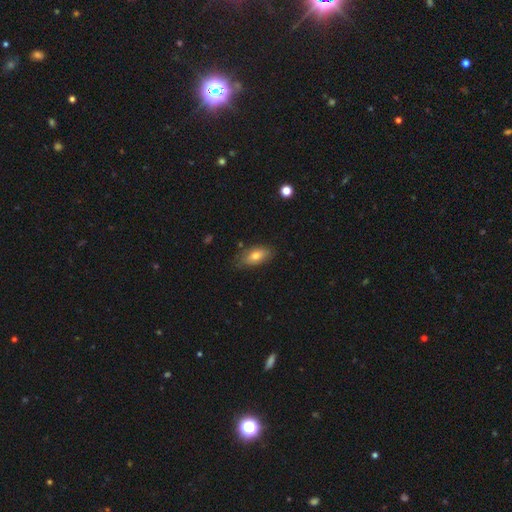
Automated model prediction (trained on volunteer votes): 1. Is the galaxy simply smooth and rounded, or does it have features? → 74% smooth, 19% featured or disk, 7% star or artifact.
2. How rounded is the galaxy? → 87% in between, 9% cigar-shaped, 4% round.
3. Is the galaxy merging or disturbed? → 77% none, 18% minor disturbance, 3% major disturbance, 2% merger.